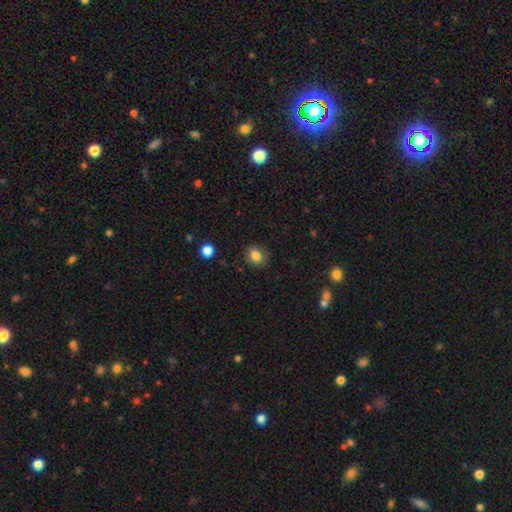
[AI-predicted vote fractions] Smooth or featured? smooth (82%)
How rounded? round (57%)
Merging? none (82%)